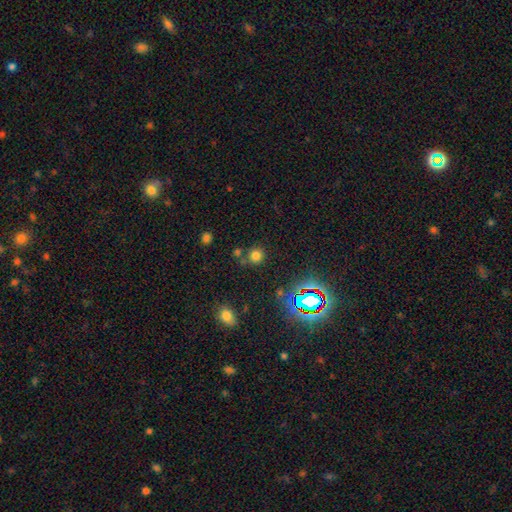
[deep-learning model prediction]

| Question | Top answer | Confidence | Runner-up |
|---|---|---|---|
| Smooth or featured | smooth | 69% | star or artifact (24%) |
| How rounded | round | 90% | in between (9%) |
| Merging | none | 75% | merger (12%) |